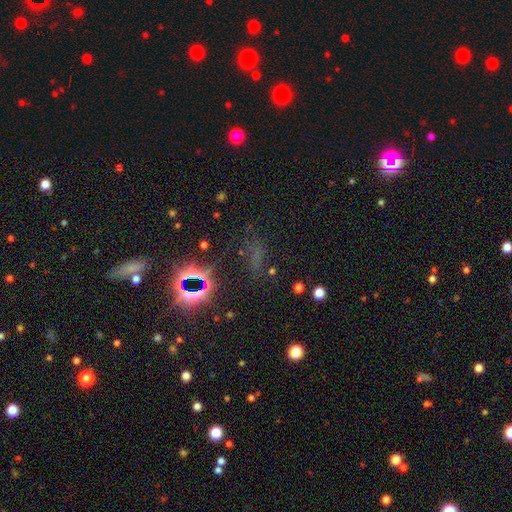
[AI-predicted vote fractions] star or artifact 58%, smooth 28%, featured or disk 14%.